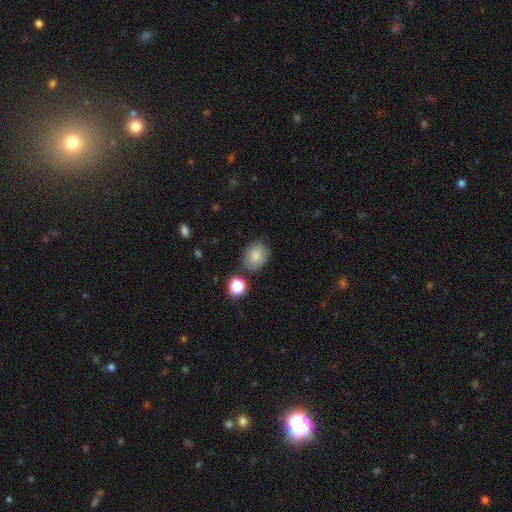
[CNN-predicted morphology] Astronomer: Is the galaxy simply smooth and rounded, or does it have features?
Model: smooth — 83%.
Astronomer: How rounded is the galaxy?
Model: in between — 53% (runner-up: round, 46%).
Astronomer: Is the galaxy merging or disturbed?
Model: none — 77%.